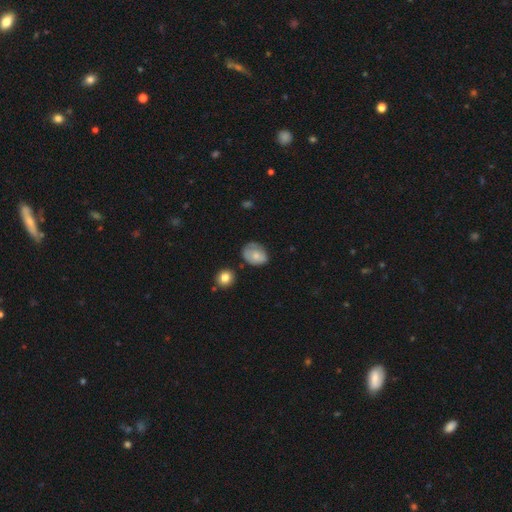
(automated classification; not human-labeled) Smooth or featured? smooth (68%)
How rounded? in between (65%)
Merging? none (54%)